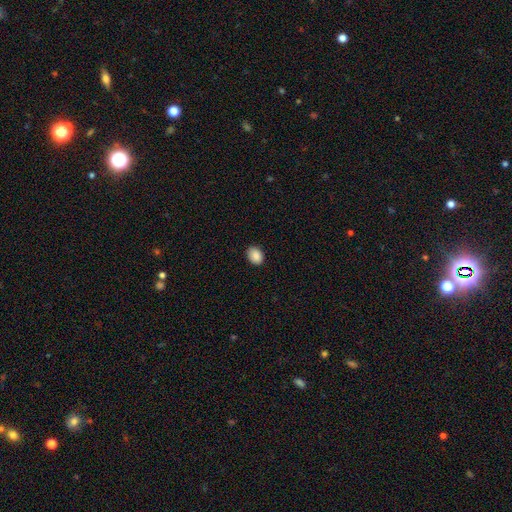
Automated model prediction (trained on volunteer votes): Morphology: type=smooth (89%); roundness=in between (64%); merging=none (88%).